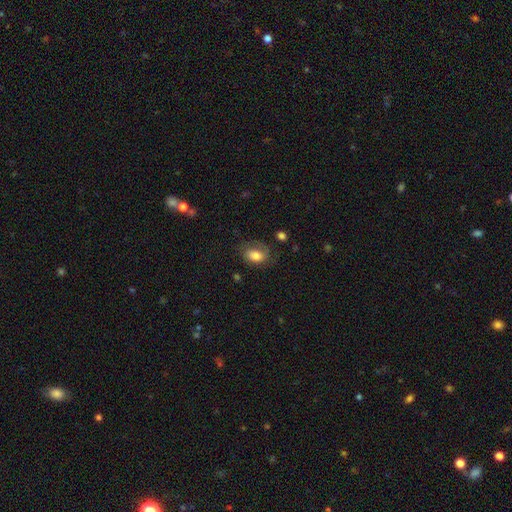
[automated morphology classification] Q: Smooth or featured?
A: smooth (66%); runner-up: featured or disk (26%)
Q: How rounded?
A: in between (83%); runner-up: round (16%)
Q: Merging?
A: none (57%); runner-up: minor disturbance (25%)